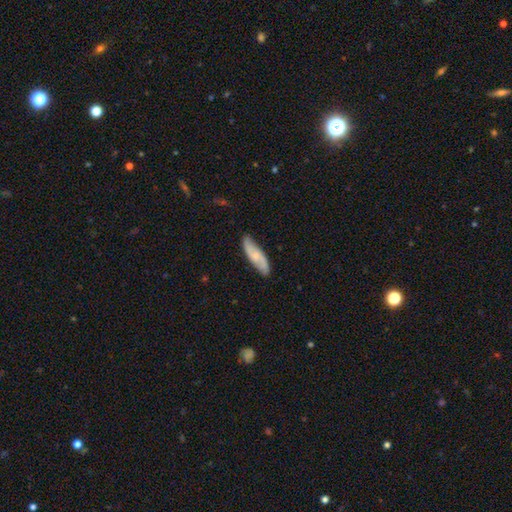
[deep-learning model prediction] The model was most divided on "smooth or featured": featured or disk: 53%, smooth: 41%, star or artifact: 6%. More confident: merging — none (84%); edge-on disk — no (80%).